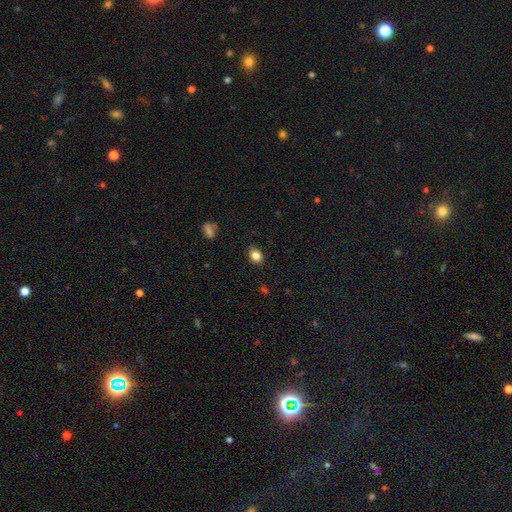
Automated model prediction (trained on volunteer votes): This appears to be a smooth galaxy with no disk features (84%) that is in between round and cigar-shaped (56%). Merging: none (85%).